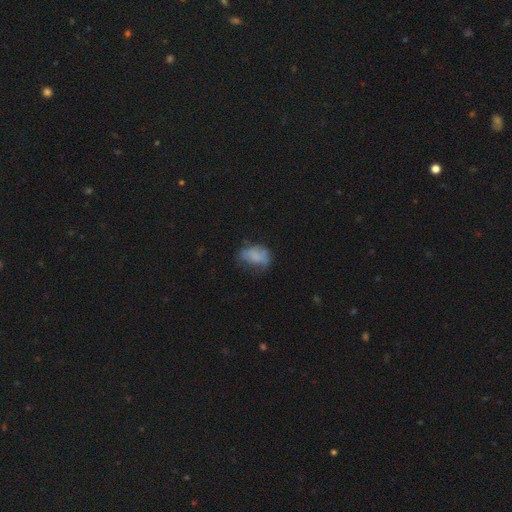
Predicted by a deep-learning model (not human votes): The model was most divided on "merging": none: 37%, minor disturbance: 32%, major disturbance: 27%, merger: 4%. More confident: how rounded — in between (78%); smooth or featured — smooth (60%).